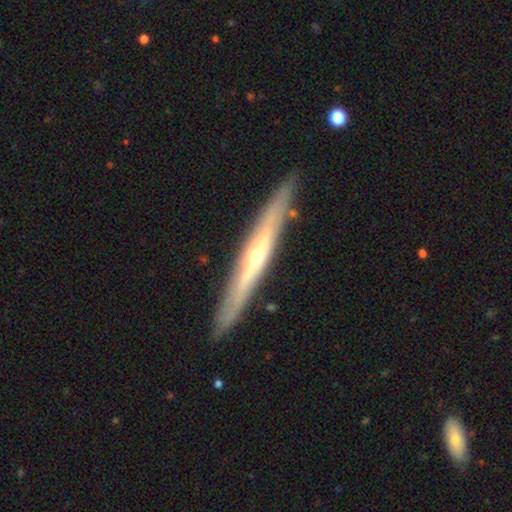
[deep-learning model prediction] Smooth or featured?
  - featured or disk: 75% *
  - smooth: 19%
  - star or artifact: 6%
Edge-on disk?
  - yes: 92% *
  - no: 8%
Edge-on bulge?
  - rounded: 77% *
  - none: 21%
  - boxy: 3%
Merging?
  - none: 88% *
  - minor disturbance: 9%
  - major disturbance: 2%
  - merger: 1%